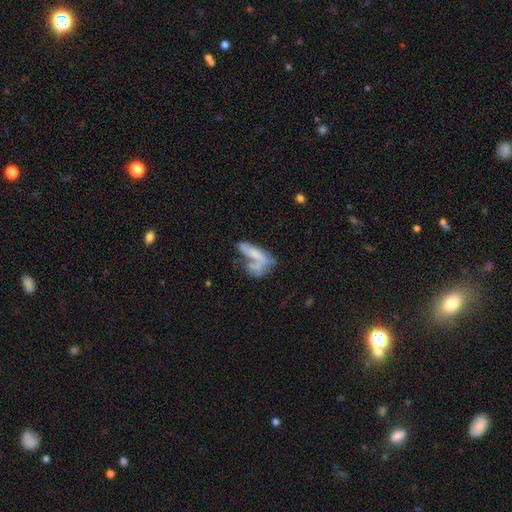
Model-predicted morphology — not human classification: smooth_or_featured: smooth (p=0.45) [alt: featured or disk p=0.44]
merging: merger (p=0.41) [alt: major disturbance p=0.25]